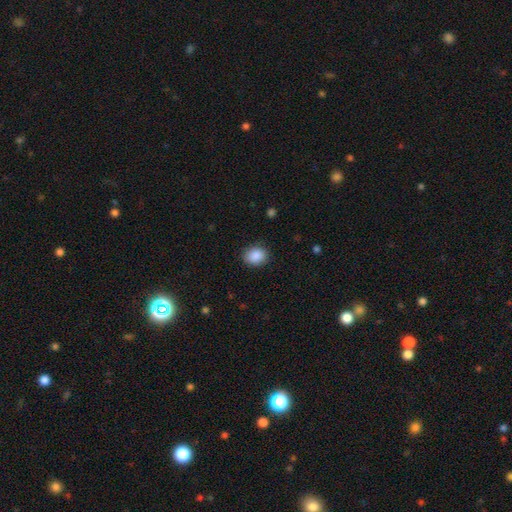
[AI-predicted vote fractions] Overall: smooth (89%). How rounded: round (52%; in between 47%). Merging: none (86%).